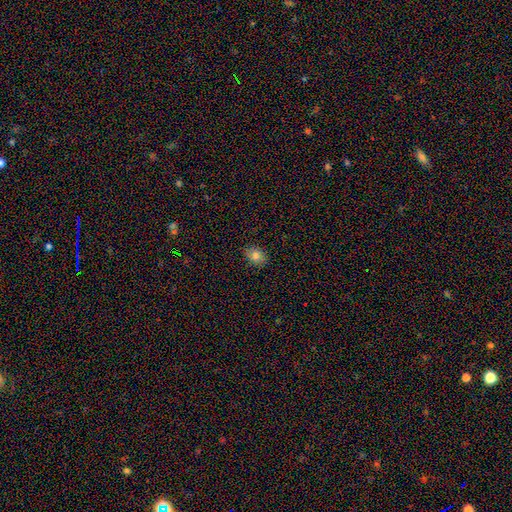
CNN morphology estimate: smooth_or_featured: smooth (p=0.79) [alt: star or artifact p=0.12]
how_rounded: round (p=0.52) [alt: in between p=0.47]
merging: none (p=0.87) [alt: minor disturbance p=0.10]